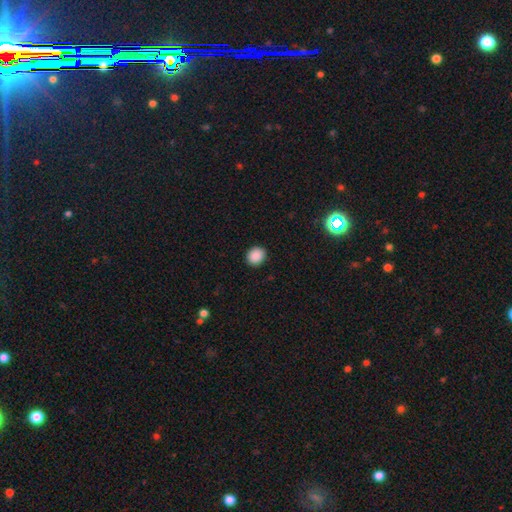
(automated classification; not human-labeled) Smooth or featured? Predicted: smooth (p=0.89). How rounded? Predicted: round (p=0.73). Merging? Predicted: none (p=0.91).